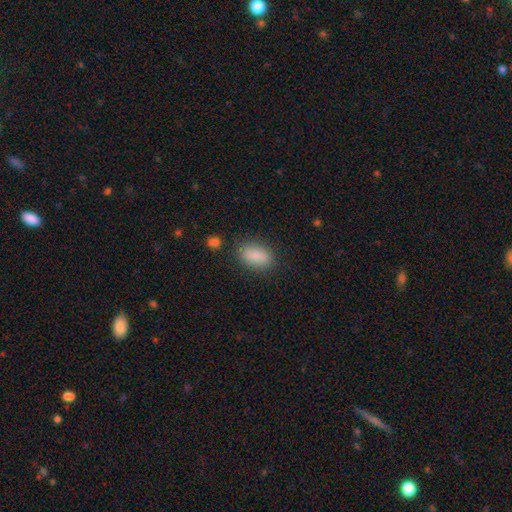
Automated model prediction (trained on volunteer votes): Smooth or featured: smooth — 87% (star or artifact — 7%)
How rounded: in between — 89% (round — 7%)
Merging: none — 81% (minor disturbance — 12%)